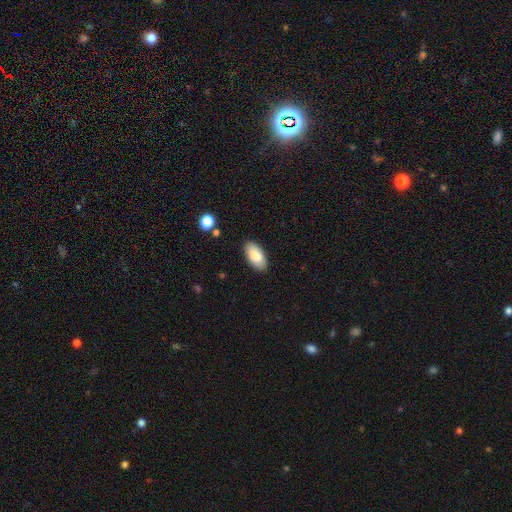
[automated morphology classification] This appears to be a smooth galaxy with no disk features (84%) that is in between round and cigar-shaped (94%). Merging: none (87%).